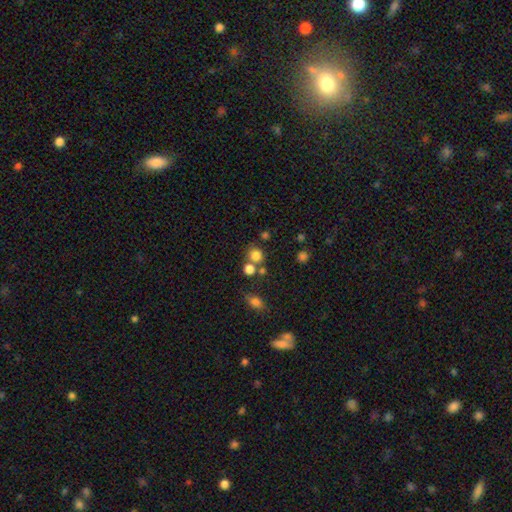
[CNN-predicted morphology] Q: Smooth or featured?
A: smooth (79%); runner-up: star or artifact (14%)
Q: How rounded?
A: round (82%); runner-up: in between (17%)
Q: Merging?
A: none (60%); runner-up: merger (26%)